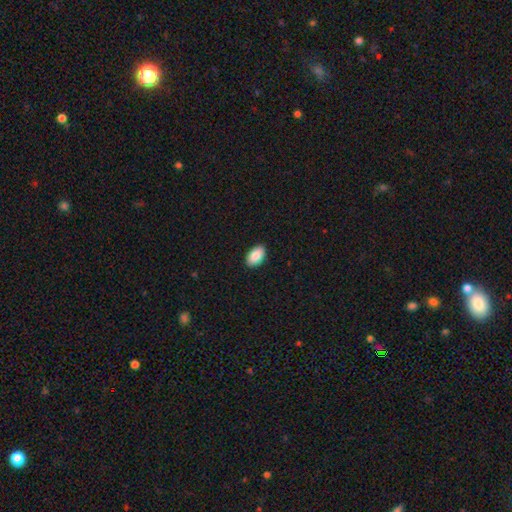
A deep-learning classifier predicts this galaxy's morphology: Smooth or featured: smooth — 88% (star or artifact — 7%)
How rounded: in between — 95% (round — 4%)
Merging: none — 91% (minor disturbance — 7%)